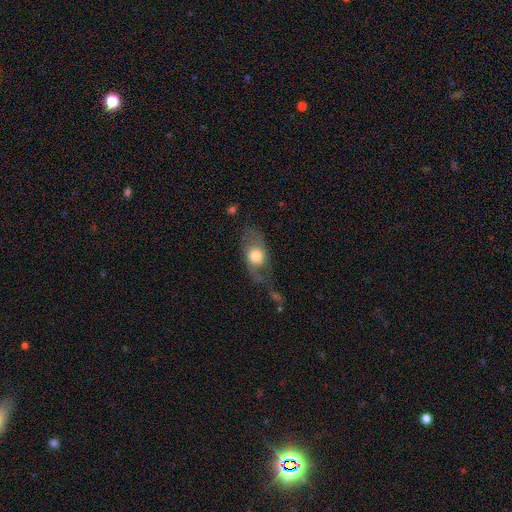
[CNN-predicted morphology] Overall: smooth (52%; featured or disk 41%). How rounded: in between (69%). Merging: none (46%; major disturbance 25%).